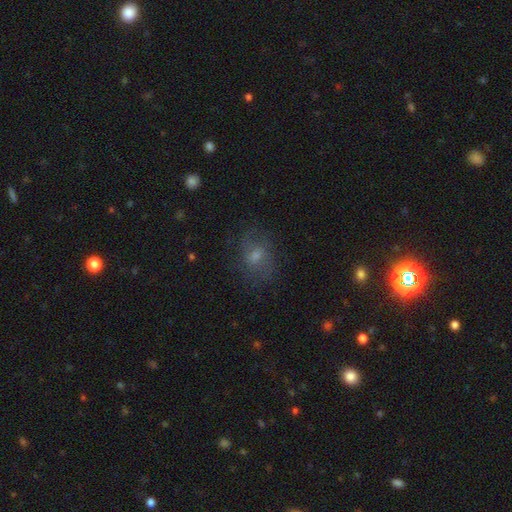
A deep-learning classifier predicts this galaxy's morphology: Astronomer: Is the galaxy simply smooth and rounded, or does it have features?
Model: smooth — 42% (runner-up: featured or disk, 36%).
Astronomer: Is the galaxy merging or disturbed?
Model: none — 72%.